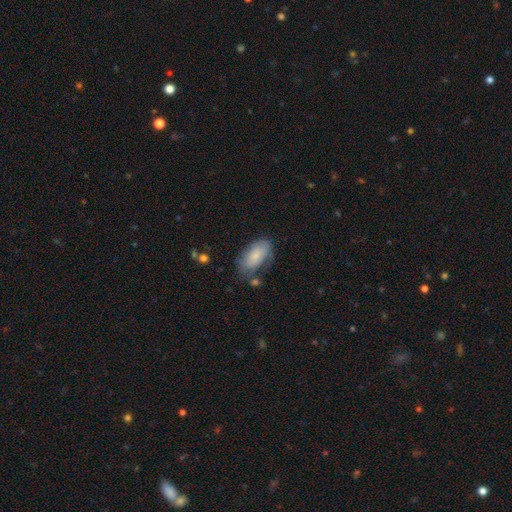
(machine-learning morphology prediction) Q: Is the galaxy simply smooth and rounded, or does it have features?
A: smooth — 75%.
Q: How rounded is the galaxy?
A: in between — 93%.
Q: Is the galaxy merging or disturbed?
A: none — 54%.